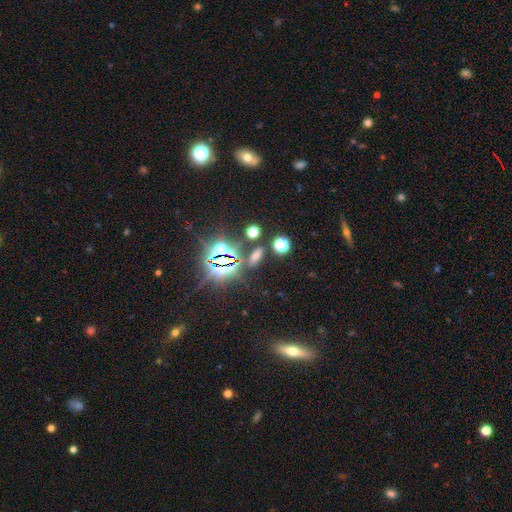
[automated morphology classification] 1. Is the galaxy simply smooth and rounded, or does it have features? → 46% star or artifact, 43% smooth, 10% featured or disk.